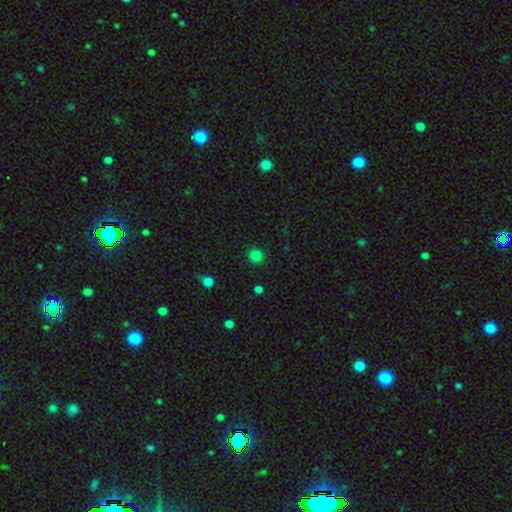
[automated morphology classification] This is clearly a smooth galaxy (83%). How rounded: clearly round (90%). Merging: clearly none (91%).